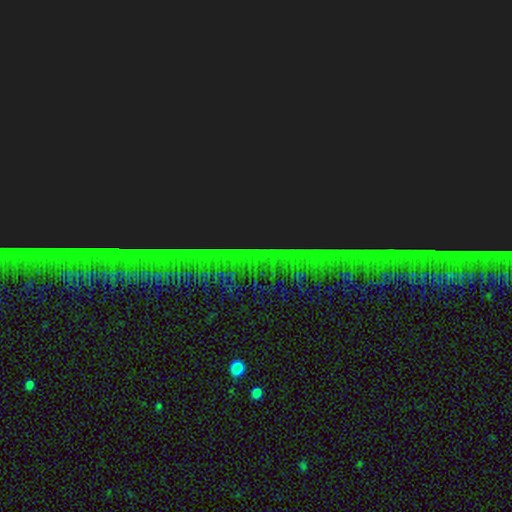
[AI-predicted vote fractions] Morphology: type=star or artifact (87%).